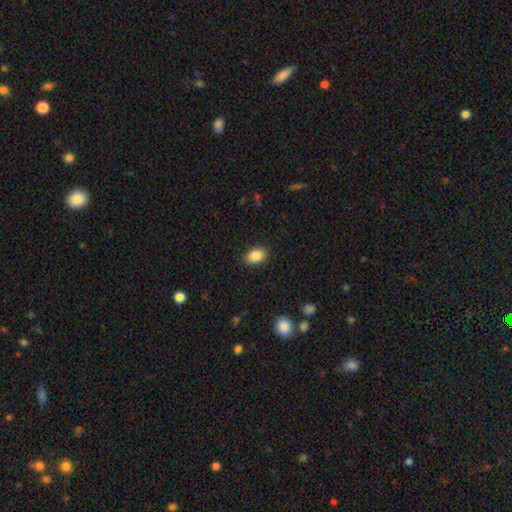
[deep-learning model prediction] smooth_or_featured: smooth (p=0.86) [alt: star or artifact p=0.08]
how_rounded: in between (p=0.78) [alt: round p=0.21]
merging: none (p=0.88) [alt: minor disturbance p=0.09]